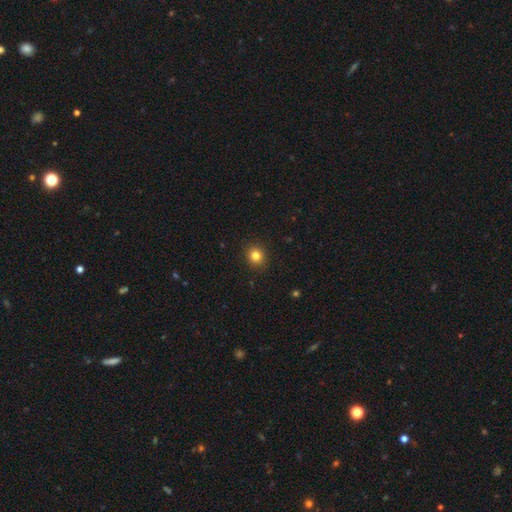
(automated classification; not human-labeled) smooth_or_featured: smooth (p=0.82) [alt: star or artifact p=0.12]
how_rounded: round (p=0.87) [alt: in between p=0.12]
merging: none (p=0.92) [alt: minor disturbance p=0.06]